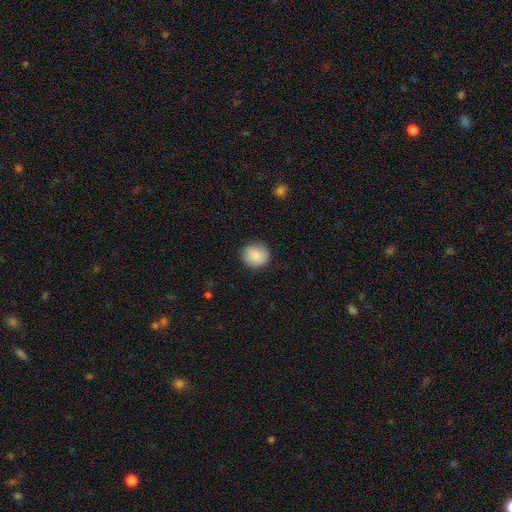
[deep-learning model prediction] Smooth or featured? smooth (87%)
How rounded? round (88%)
Merging? none (88%)